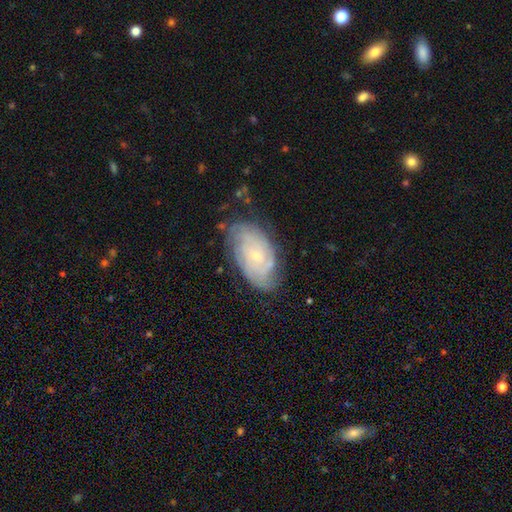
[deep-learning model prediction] featured or disk 73%, smooth 19%, star or artifact 8%. Down the decision tree: edge-on disk — no (95%); bar — no (75%); spiral arms — yes (91%); spiral arm count — can't tell (50%); spiral winding — tight (71%); bulge size — small (78%); merging — none (71%).